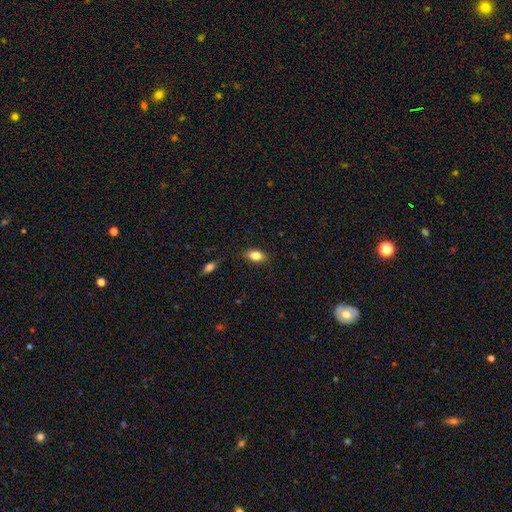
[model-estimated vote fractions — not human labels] Smooth or featured?
  - smooth: 83% *
  - featured or disk: 9%
  - star or artifact: 8%
How rounded?
  - in between: 87% *
  - round: 8%
  - cigar-shaped: 5%
Merging?
  - none: 86% *
  - minor disturbance: 11%
  - major disturbance: 2%
  - merger: 1%